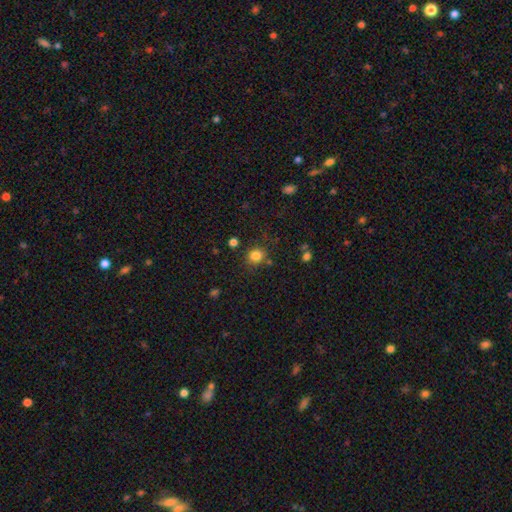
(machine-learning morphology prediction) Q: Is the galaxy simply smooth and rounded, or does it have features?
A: smooth — 82%.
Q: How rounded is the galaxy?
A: round — 85%.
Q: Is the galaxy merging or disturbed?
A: none — 80%.